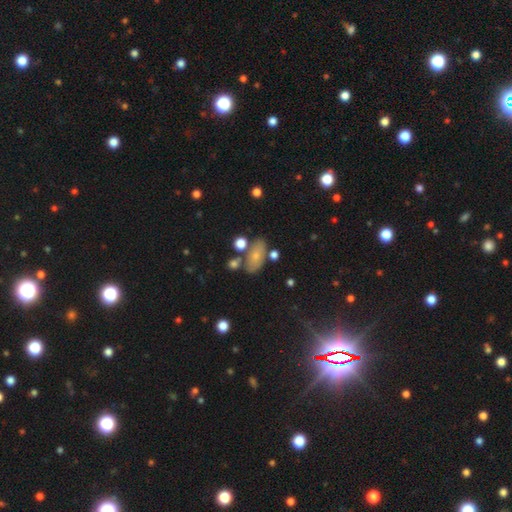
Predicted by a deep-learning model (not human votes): Smooth or featured? Predicted: smooth (p=0.72). How rounded? Predicted: in between (p=0.85). Merging? Predicted: none (p=0.67).